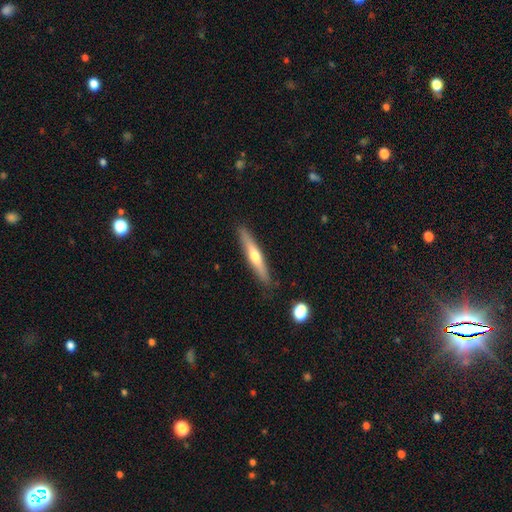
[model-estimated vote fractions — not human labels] A featured or disk galaxy (56%) viewed edge-on (92%) with a rounded central bulge (89%). Merging: none (87%).